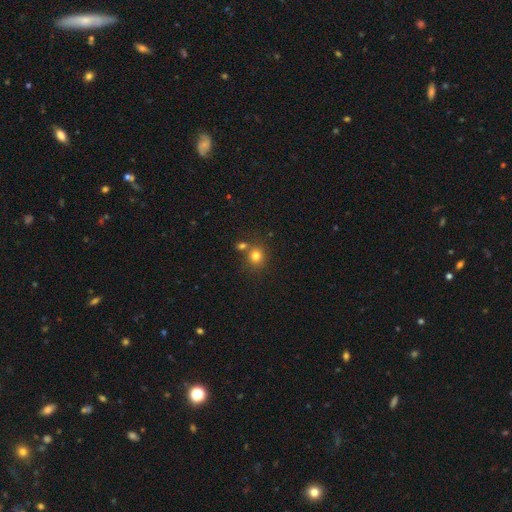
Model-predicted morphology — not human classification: A smooth galaxy with no disk features (79%) that is round (83%). Merging: none (64%).